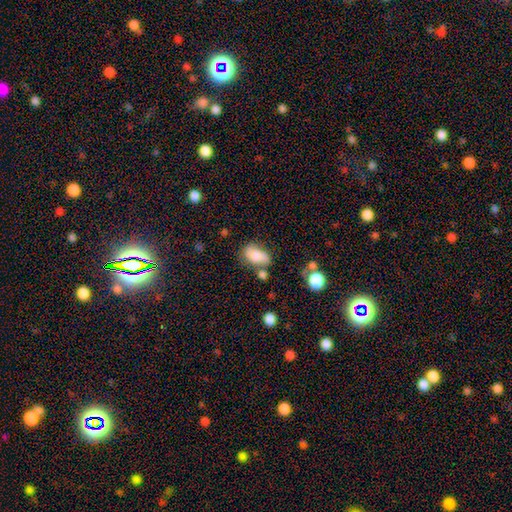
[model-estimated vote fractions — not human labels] This is likely a smooth galaxy (69%). How rounded: clearly in between (89%). Merging: possibly none (50%).